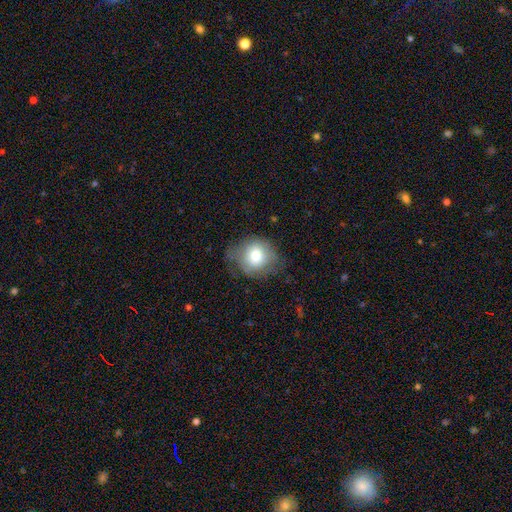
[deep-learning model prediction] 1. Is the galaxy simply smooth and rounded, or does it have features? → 73% smooth, 18% featured or disk, 9% star or artifact.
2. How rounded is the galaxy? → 77% round, 22% in between, 1% cigar-shaped.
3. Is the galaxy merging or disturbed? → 59% none, 27% minor disturbance, 12% major disturbance, 1% merger.